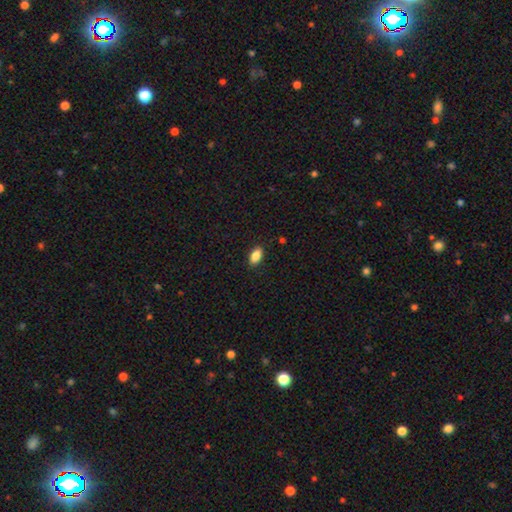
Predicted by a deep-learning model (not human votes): A smooth galaxy with no disk features (88%) that is in between round and cigar-shaped (91%).

Vote fractions:
- Smooth or featured? smooth: 88% / star or artifact: 8% / featured or disk: 5%
- How rounded? in between: 91% / round: 5% / cigar-shaped: 4%
- Merging? none: 89% / minor disturbance: 8% / major disturbance: 2% / merger: 1%